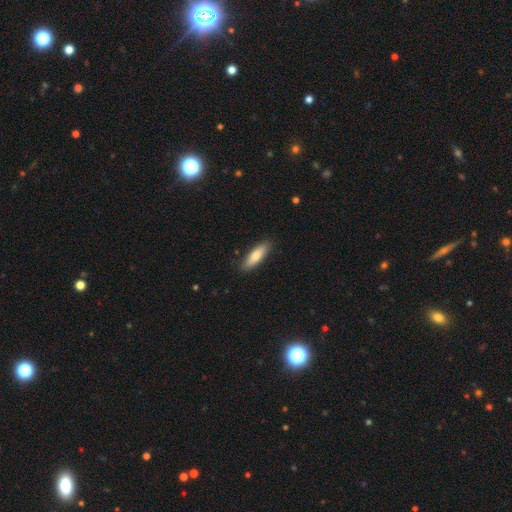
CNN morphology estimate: smooth_or_featured: smooth (p=0.72) [alt: featured or disk p=0.22]
how_rounded: cigar-shaped (p=0.52) [alt: in between p=0.46]
merging: none (p=0.87) [alt: minor disturbance p=0.10]